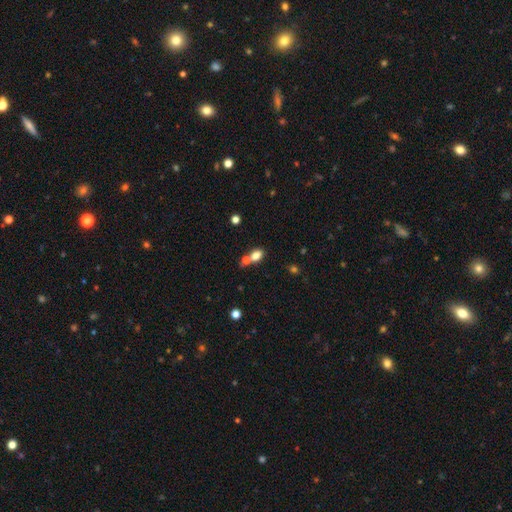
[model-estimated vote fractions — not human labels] A smooth galaxy with no disk features (80%) that is in between round and cigar-shaped (71%). Merging: none (48%).